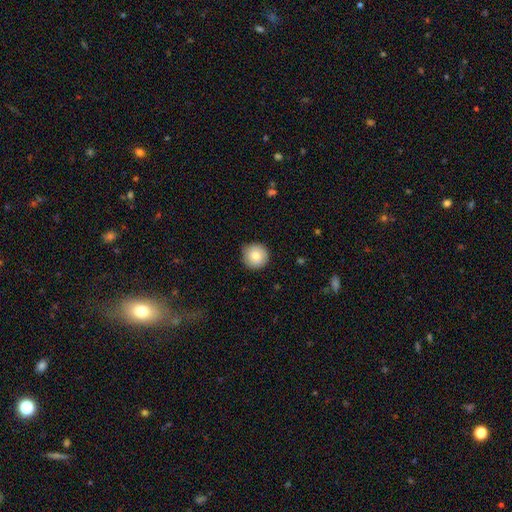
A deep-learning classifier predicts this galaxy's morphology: This is clearly a smooth galaxy (83%). How rounded: clearly round (96%). Merging: clearly none (86%).